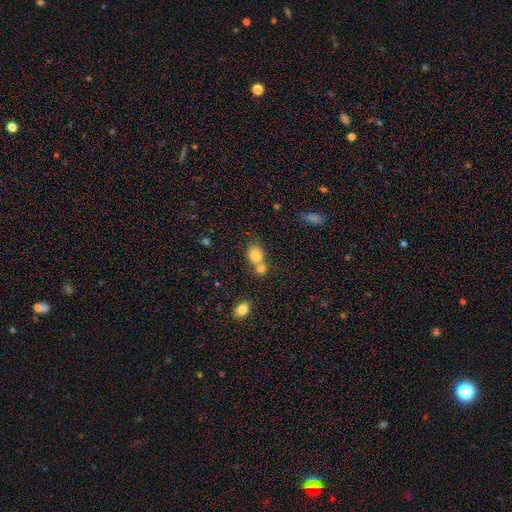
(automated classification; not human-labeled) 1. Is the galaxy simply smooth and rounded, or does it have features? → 80% smooth, 10% star or artifact, 9% featured or disk.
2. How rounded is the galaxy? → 55% round, 44% in between, 1% cigar-shaped.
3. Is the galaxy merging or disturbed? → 46% merger, 41% none, 9% minor disturbance, 4% major disturbance.